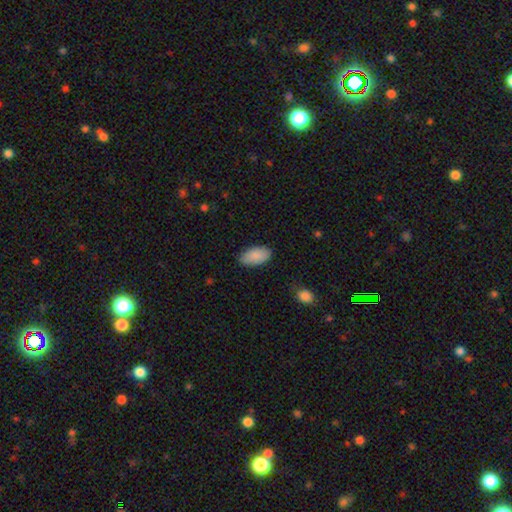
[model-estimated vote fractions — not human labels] Smooth or featured?
  - smooth: 89% *
  - star or artifact: 6%
  - featured or disk: 5%
How rounded?
  - in between: 95% *
  - round: 3%
  - cigar-shaped: 2%
Merging?
  - none: 84% *
  - minor disturbance: 12%
  - major disturbance: 3%
  - merger: 1%